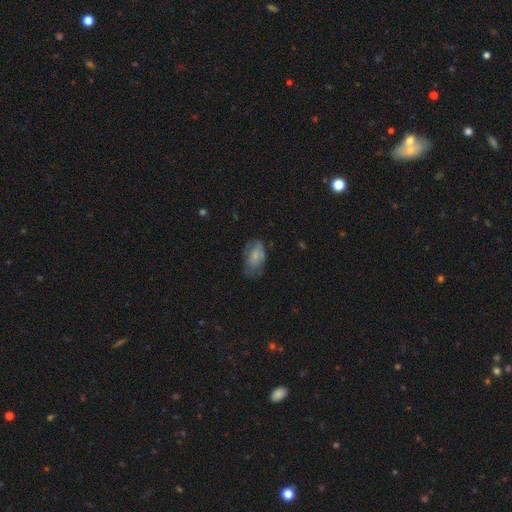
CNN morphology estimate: Smooth or featured: smooth — 62% (featured or disk — 30%)
How rounded: in between — 90% (round — 8%)
Merging: none — 50% (minor disturbance — 30%)